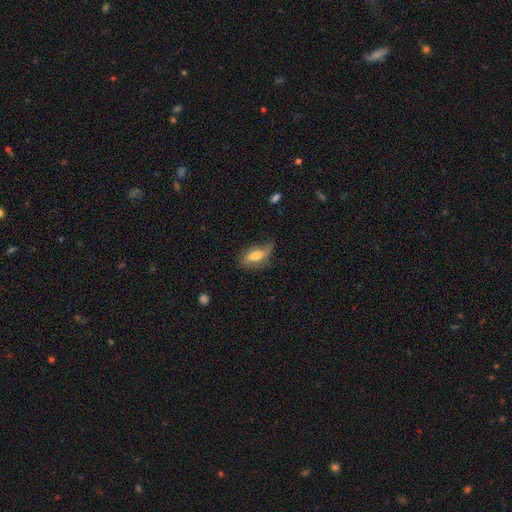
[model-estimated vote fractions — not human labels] This is possibly a smooth galaxy (58%). How rounded: likely in between (78%). Merging: possibly none (52%).